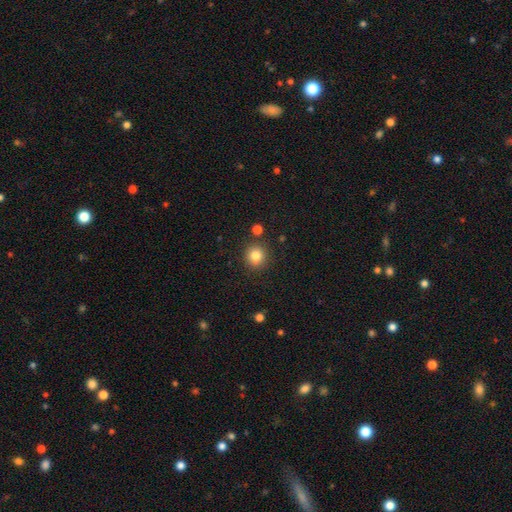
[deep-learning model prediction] Overall: smooth (83%). How rounded: round (88%). Merging: none (86%).